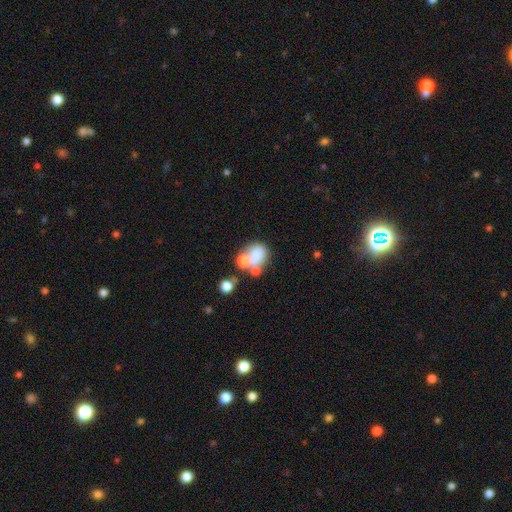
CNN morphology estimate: This is likely a smooth galaxy (66%). How rounded: possibly in between (49%, tied with round). Merging: possibly merger (47%).